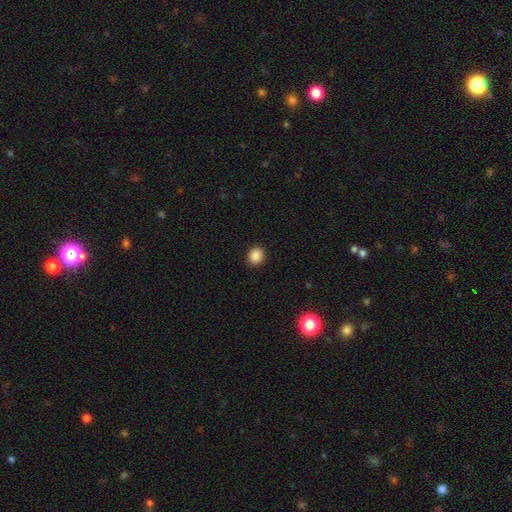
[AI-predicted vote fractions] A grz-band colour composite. It shows a smooth galaxy with no disk features (87%) that is round (82%). Merging: none (92%).